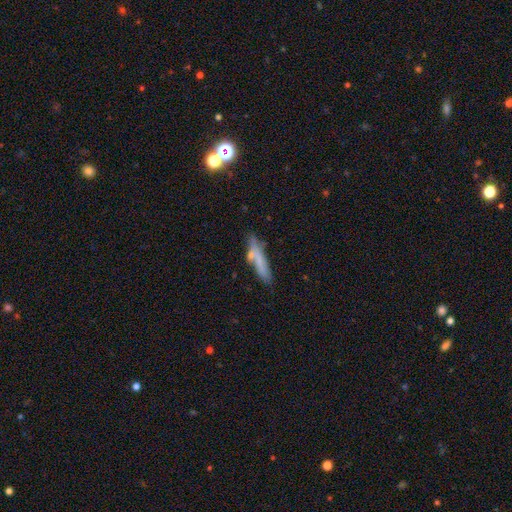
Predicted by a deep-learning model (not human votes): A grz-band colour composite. It shows a smooth galaxy with no disk features (61%) that is cigar-shaped (85%). Merging: none (69%).